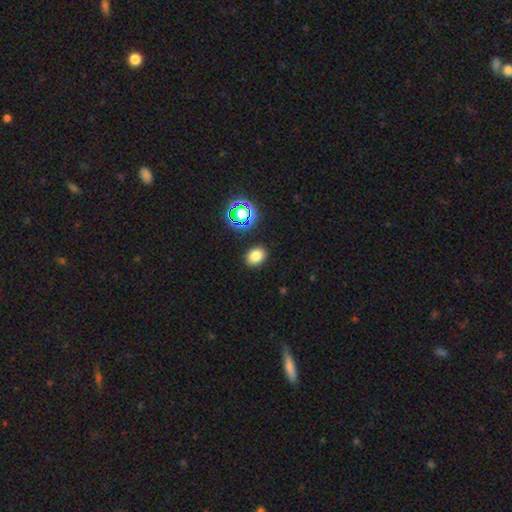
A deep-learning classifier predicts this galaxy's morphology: smooth-or-featured: smooth: 77% | star or artifact: 16% | featured or disk: 6%
  how-rounded: in between: 61% | round: 38% | cigar-shaped: 1%
  merging: none: 88% | minor disturbance: 8% | major disturbance: 2% | merger: 2%